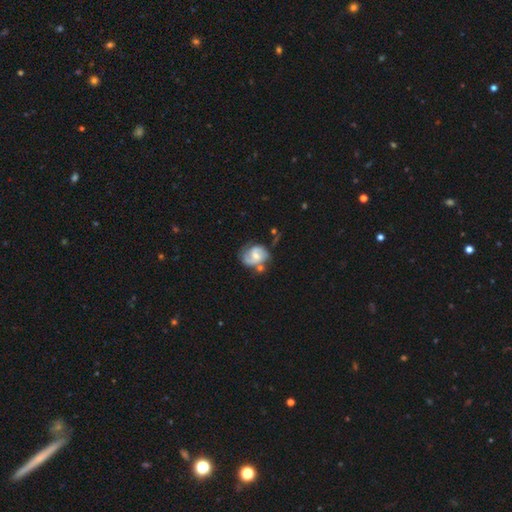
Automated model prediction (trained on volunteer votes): A featured or disk galaxy (73%) with no bar (48%), 2 (71%) medium (44%) spiral arms (91%) and a moderate central bulge (48%).

Vote fractions:
- Smooth or featured? featured or disk: 73% / smooth: 21% / star or artifact: 6%
- Edge-on disk? no: 98% / yes: 2%
- Bar? no: 48% / weak: 43% / strong: 9%
- Spiral arms? yes: 91% / no: 9%
- Spiral winding? medium: 44% / tight: 37% / loose: 18%
- Spiral arm count? 2: 71% / can't tell: 12% / 1: 10% / 3: 5% / 4: 1% / more than 4: 1%
- Bulge size? moderate: 48% / small: 42% / none: 5% / large: 4% / dominant: 1%
- Merging? none: 51% / minor disturbance: 24% / major disturbance: 12% / merger: 12%